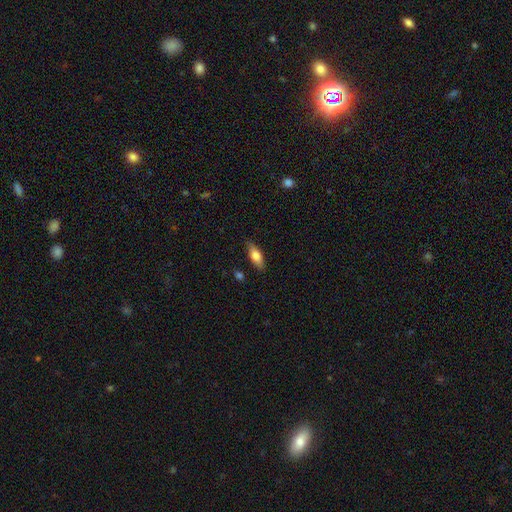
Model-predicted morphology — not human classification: A smooth galaxy with no disk features (68%) that is in between round and cigar-shaped (71%). Merging: none (82%).